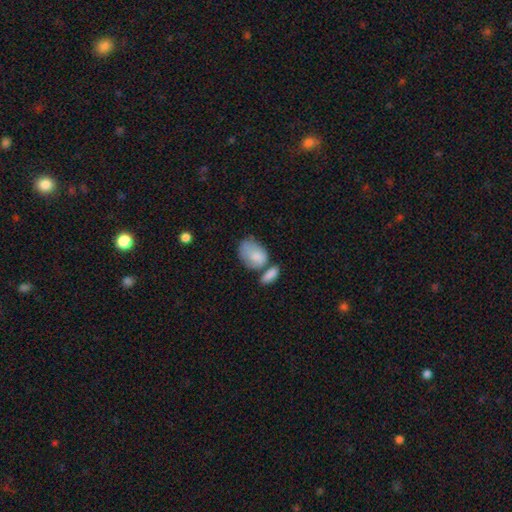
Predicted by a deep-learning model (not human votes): smooth-or-featured: smooth: 80% | featured or disk: 14% | star or artifact: 6%
  how-rounded: in between: 80% | round: 19% | cigar-shaped: 2%
  merging: none: 32% (tied) | merger: 32% (tied) | minor disturbance: 24% | major disturbance: 12%